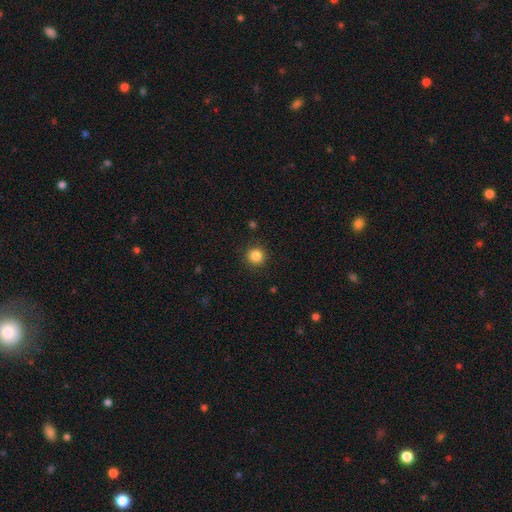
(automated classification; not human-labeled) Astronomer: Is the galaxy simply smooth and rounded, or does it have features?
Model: smooth — 85%.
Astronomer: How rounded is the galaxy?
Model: round — 95%.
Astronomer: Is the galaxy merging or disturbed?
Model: none — 92%.